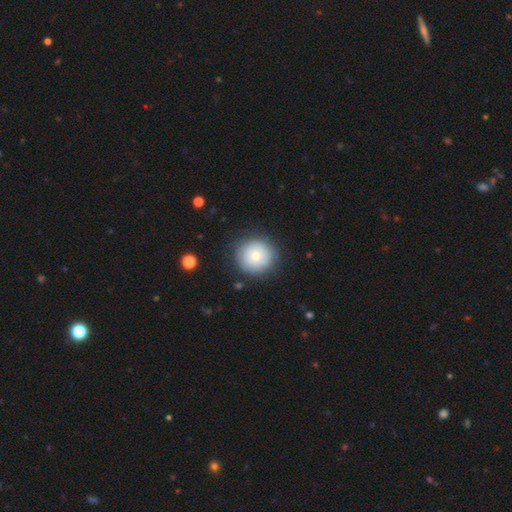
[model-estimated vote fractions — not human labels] The model was most divided on "smooth or featured": smooth: 75%, featured or disk: 17%, star or artifact: 8%. More confident: how rounded — round (94%); merging — none (84%).